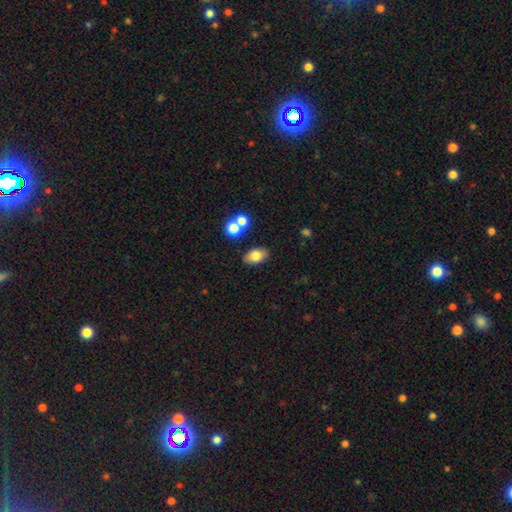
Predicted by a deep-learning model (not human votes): Overall: smooth (78%). How rounded: in between (89%). Merging: none (80%).